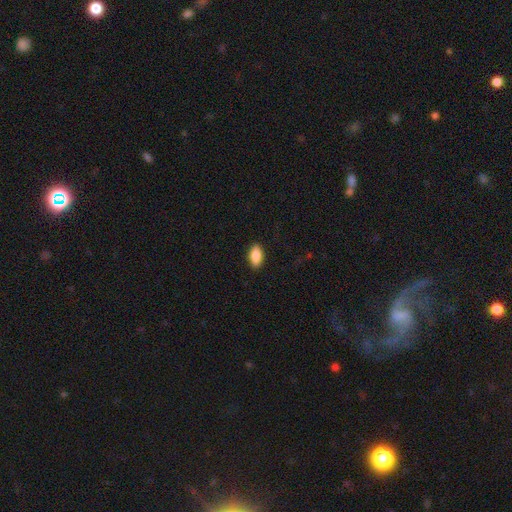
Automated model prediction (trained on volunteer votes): smooth_or_featured: smooth (p=0.85) [alt: featured or disk p=0.08]
how_rounded: in between (p=0.90) [alt: cigar-shaped p=0.07]
merging: none (p=0.89) [alt: minor disturbance p=0.08]